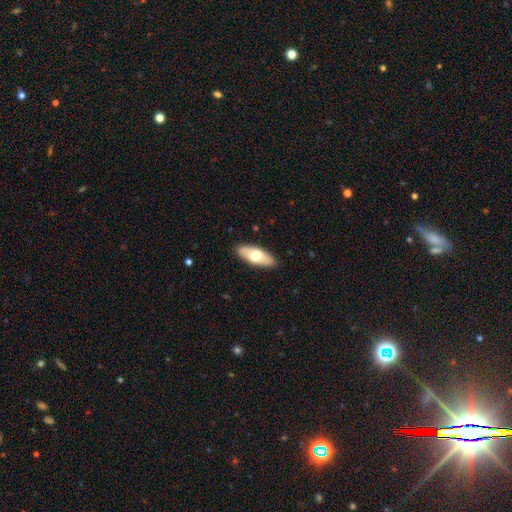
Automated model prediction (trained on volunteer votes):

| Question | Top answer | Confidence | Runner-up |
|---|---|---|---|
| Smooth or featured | smooth | 62% | featured or disk (33%) |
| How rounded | in between | 74% | cigar-shaped (23%) |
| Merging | none | 89% | minor disturbance (9%) |